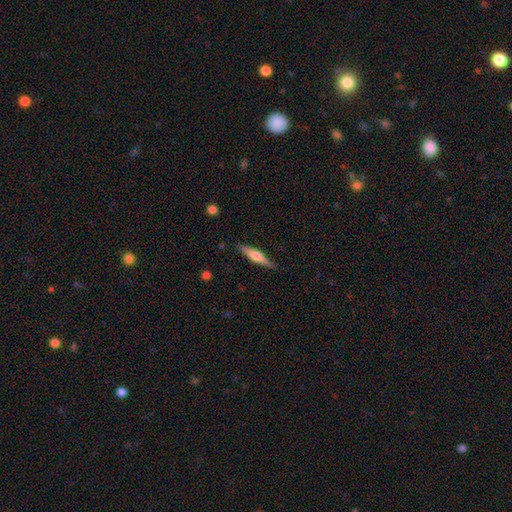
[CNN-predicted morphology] Smooth or featured? Predicted: featured or disk (p=0.57). Edge-on disk? Predicted: yes (p=0.97). Edge-on bulge? Predicted: rounded (p=0.83). Merging? Predicted: none (p=0.87).